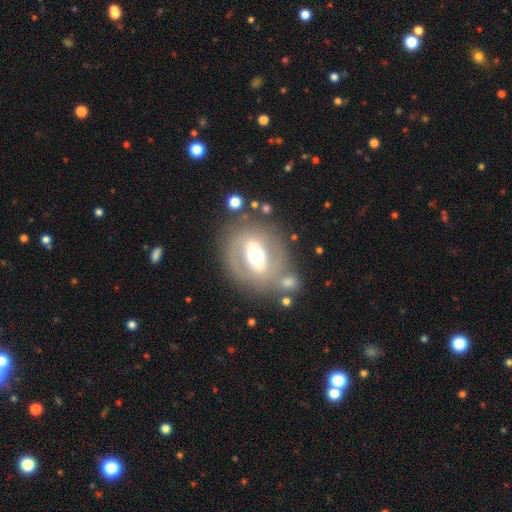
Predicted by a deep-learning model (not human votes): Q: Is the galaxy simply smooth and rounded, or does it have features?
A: featured or disk — 56%.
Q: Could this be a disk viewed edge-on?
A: no — 88%.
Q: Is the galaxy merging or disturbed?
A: none — 63%.